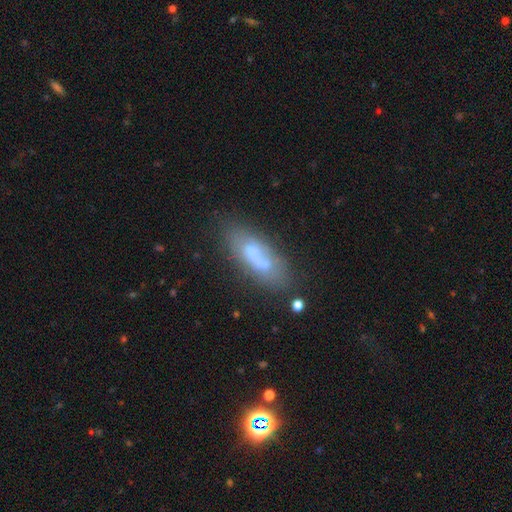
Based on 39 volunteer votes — Q: Smooth or featured?
A: smooth (51%); runner-up: featured or disk (41%)
Q: How rounded?
A: in between (75%); runner-up: cigar-shaped (20%)
Q: Merging?
A: none (36%); runner-up: minor disturbance (25%)